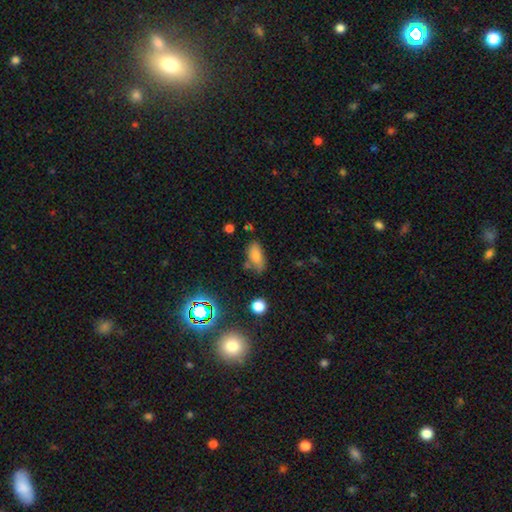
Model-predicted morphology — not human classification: This is likely a smooth galaxy (76%). How rounded: clearly in between (88%). Merging: possibly none (60%).